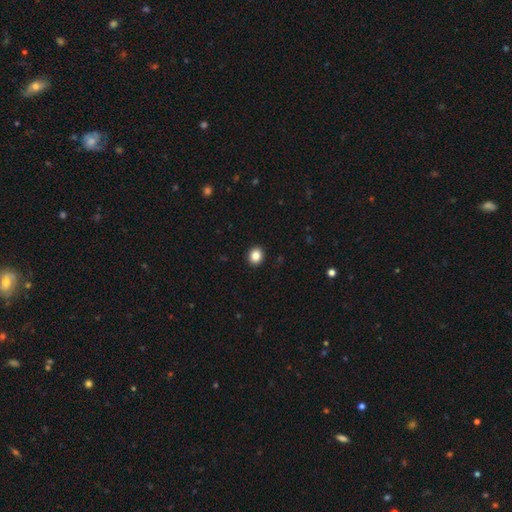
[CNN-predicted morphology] type=smooth (86%); roundness=round (69%); merging=none (92%).